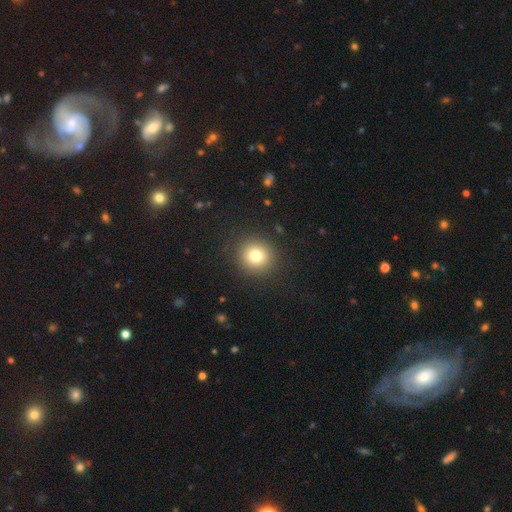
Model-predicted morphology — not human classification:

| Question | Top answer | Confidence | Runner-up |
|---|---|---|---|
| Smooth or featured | smooth | 78% | star or artifact (13%) |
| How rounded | round | 92% | in between (7%) |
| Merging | none | 91% | minor disturbance (6%) |